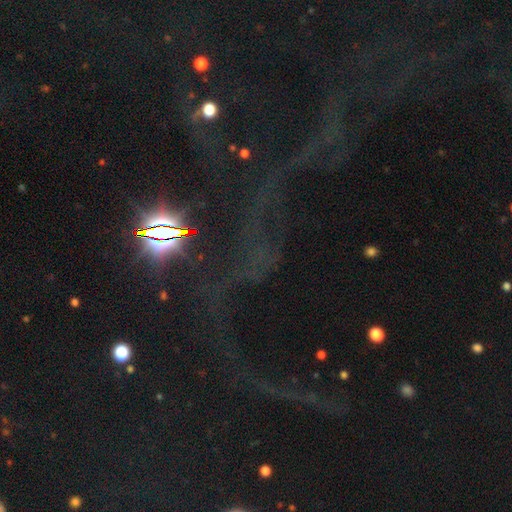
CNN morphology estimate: Smooth or featured?
  - star or artifact: 71% *
  - featured or disk: 17%
  - smooth: 12%